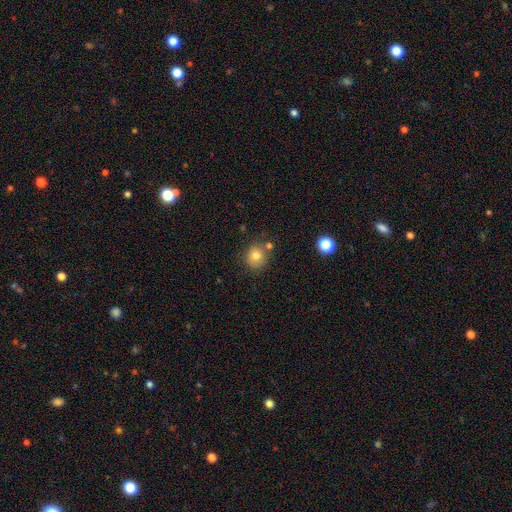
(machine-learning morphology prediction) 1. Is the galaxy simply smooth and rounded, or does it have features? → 79% smooth, 12% star or artifact, 10% featured or disk.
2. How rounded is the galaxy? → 85% round, 14% in between, 1% cigar-shaped.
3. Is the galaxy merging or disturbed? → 73% none, 12% minor disturbance, 12% merger, 3% major disturbance.